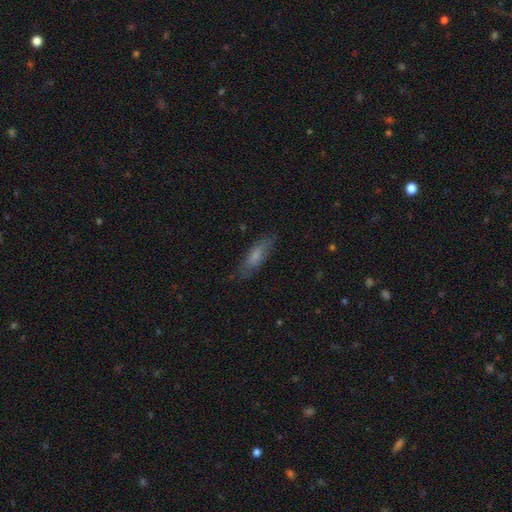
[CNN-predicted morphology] A smooth galaxy with no disk features (69%) that is cigar-shaped (54%). Merging: none (76%).